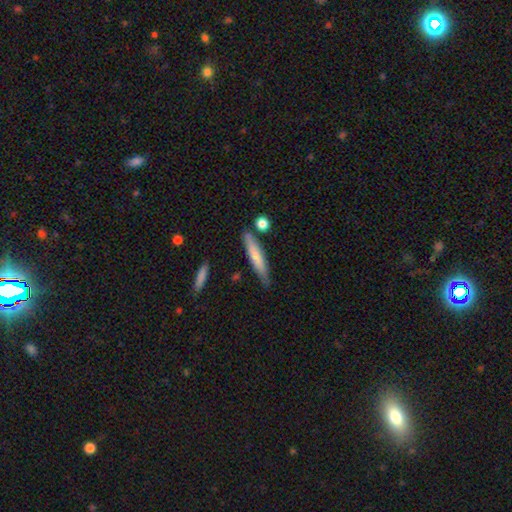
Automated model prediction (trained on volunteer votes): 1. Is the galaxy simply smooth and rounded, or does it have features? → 68% smooth, 26% featured or disk, 6% star or artifact.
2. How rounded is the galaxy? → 89% cigar-shaped, 9% in between, 1% round.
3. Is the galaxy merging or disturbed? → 77% none, 15% minor disturbance, 5% merger, 3% major disturbance.